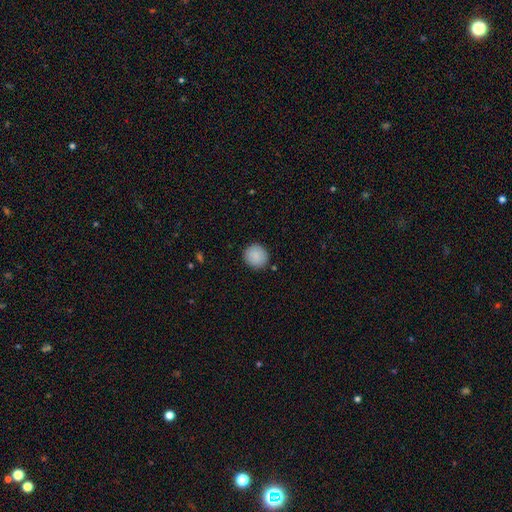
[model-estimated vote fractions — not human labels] Overall: smooth (89%). How rounded: round (90%). Merging: none (89%).